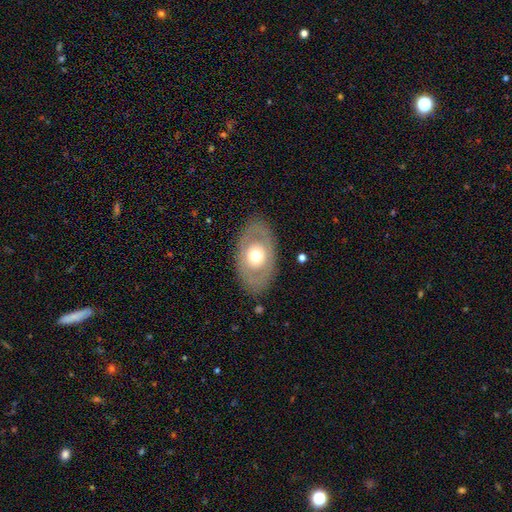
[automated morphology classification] This is possibly a featured or disk galaxy (49%). Merging: clearly none (83%).